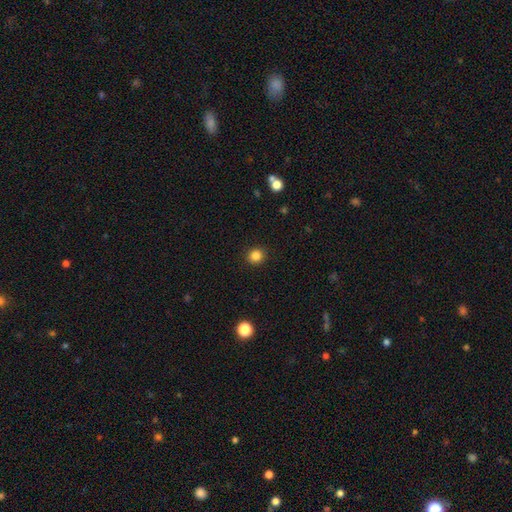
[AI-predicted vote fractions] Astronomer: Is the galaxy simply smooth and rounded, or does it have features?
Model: smooth — 85%.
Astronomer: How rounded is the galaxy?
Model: round — 90%.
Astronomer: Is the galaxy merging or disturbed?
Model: none — 92%.